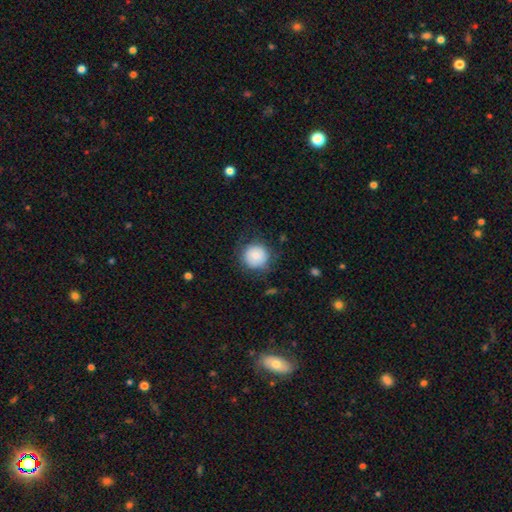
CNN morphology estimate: A smooth galaxy with no disk features (82%) that is round (93%). Merging: none (76%).